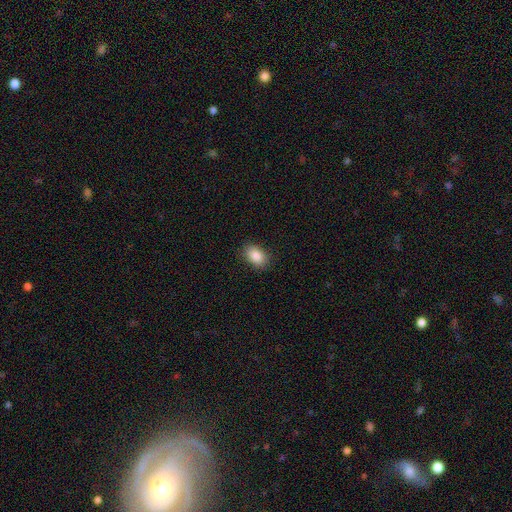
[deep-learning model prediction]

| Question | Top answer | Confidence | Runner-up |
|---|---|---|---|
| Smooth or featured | smooth | 88% | star or artifact (8%) |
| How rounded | in between | 86% | round (12%) |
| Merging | none | 86% | minor disturbance (10%) |